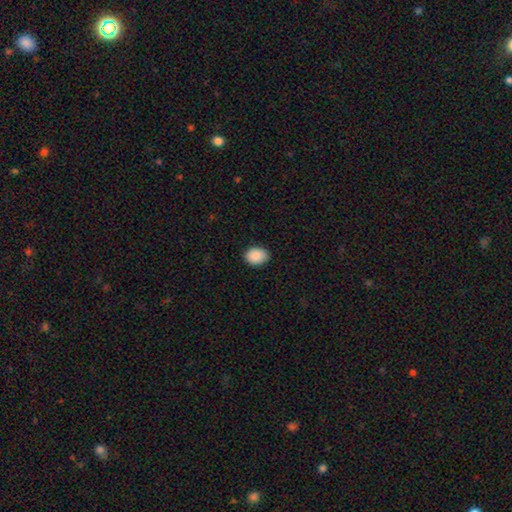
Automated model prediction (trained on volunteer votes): Q: Smooth or featured?
A: smooth (90%); runner-up: star or artifact (7%)
Q: How rounded?
A: in between (57%); runner-up: round (43%)
Q: Merging?
A: none (85%); runner-up: minor disturbance (12%)